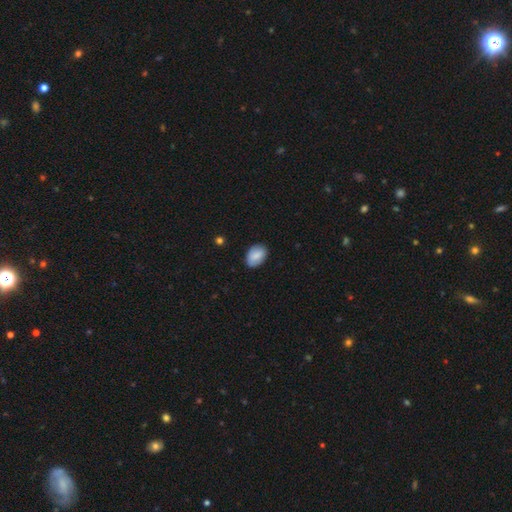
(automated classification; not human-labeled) Q: Smooth or featured?
A: smooth (85%); runner-up: featured or disk (8%)
Q: How rounded?
A: in between (85%); runner-up: round (14%)
Q: Merging?
A: none (84%); runner-up: minor disturbance (13%)